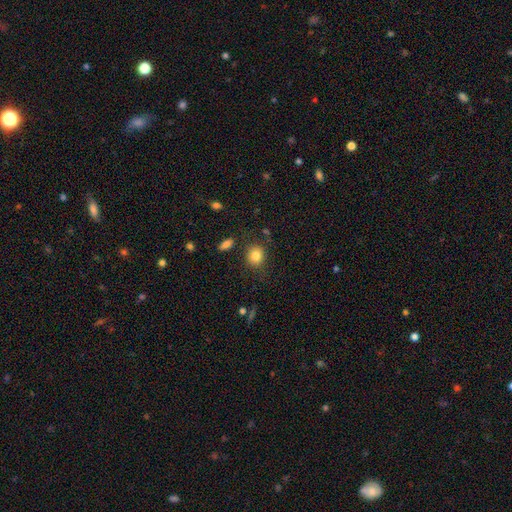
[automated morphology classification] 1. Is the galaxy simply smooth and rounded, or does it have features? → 82% smooth, 10% star or artifact, 8% featured or disk.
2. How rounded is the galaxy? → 71% round, 28% in between, 1% cigar-shaped.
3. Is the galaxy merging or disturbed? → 81% none, 12% minor disturbance, 4% major disturbance, 3% merger.